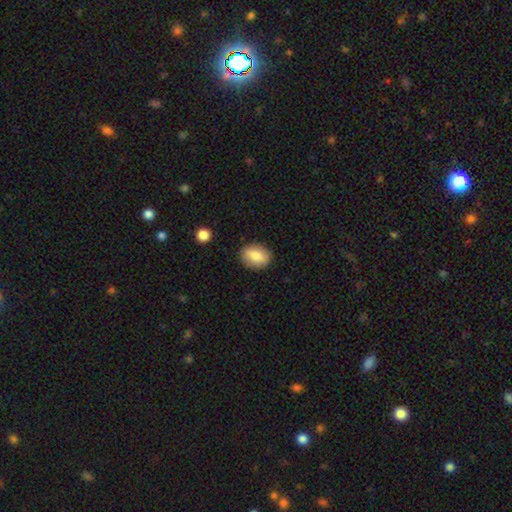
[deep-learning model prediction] This is likely a smooth galaxy (78%). How rounded: likely in between (69%). Merging: clearly none (87%).